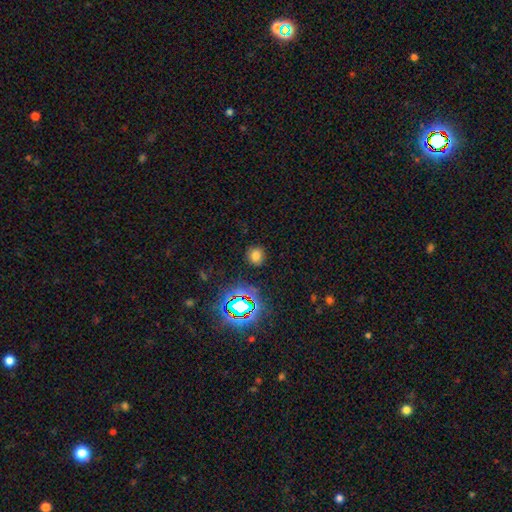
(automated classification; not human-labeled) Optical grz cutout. It shows a smooth galaxy with no disk features (72%) that is round (82%). Merging: none (87%).